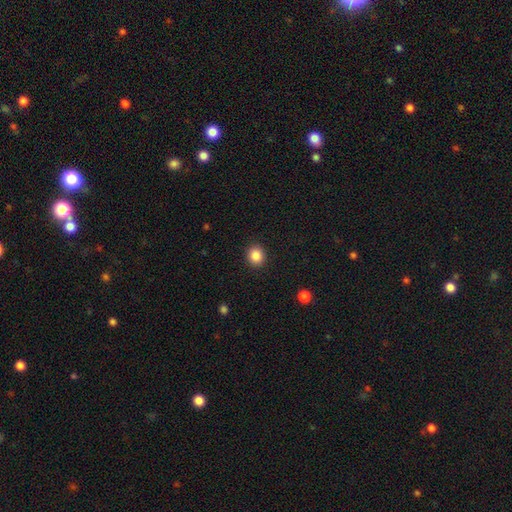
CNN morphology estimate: Smooth or featured? smooth (86%)
How rounded? round (80%)
Merging? none (91%)